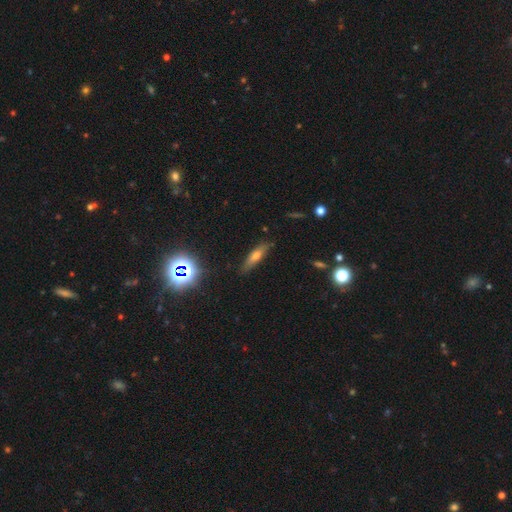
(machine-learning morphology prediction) Smooth or featured? smooth (58%)
How rounded? cigar-shaped (66%)
Merging? none (80%)